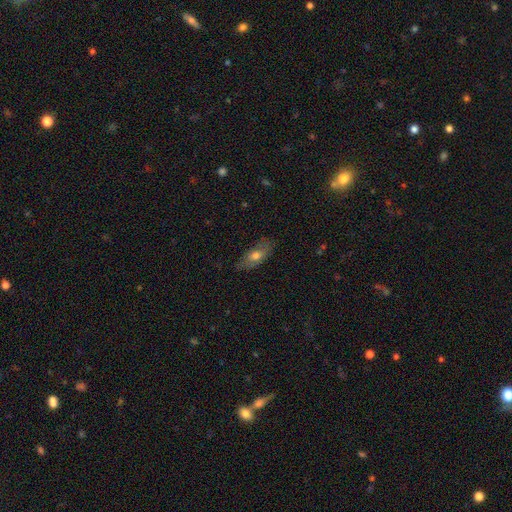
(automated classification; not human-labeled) smooth-or-featured: smooth: 57% | featured or disk: 35% | star or artifact: 8%
  how-rounded: in between: 75% | cigar-shaped: 20% | round: 5%
  merging: none: 74% | minor disturbance: 20% | major disturbance: 4% | merger: 1%